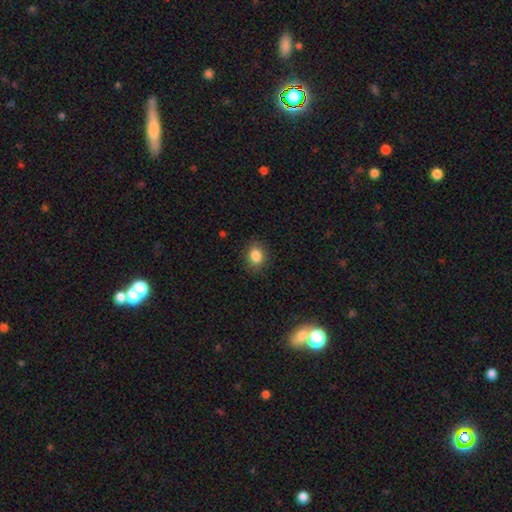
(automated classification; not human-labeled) This is clearly a smooth galaxy (86%). How rounded: possibly in between (56%). Merging: clearly none (86%).